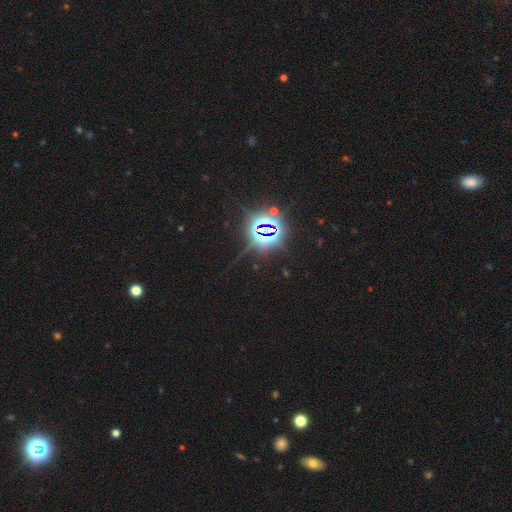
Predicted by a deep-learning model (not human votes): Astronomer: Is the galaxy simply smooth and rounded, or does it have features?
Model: star or artifact — 85%.